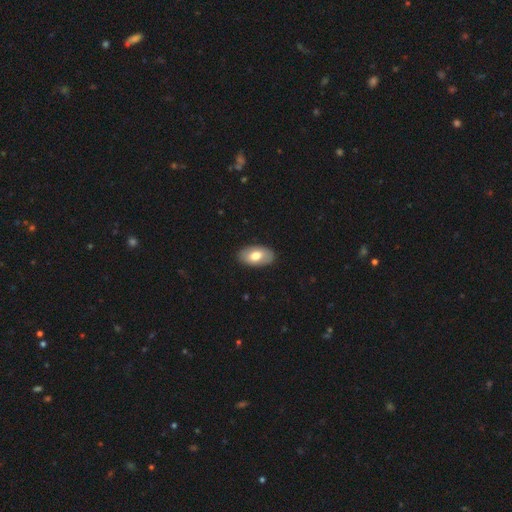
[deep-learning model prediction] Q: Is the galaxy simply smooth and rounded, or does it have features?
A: smooth — 71%.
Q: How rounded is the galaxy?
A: in between — 94%.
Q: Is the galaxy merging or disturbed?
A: none — 89%.